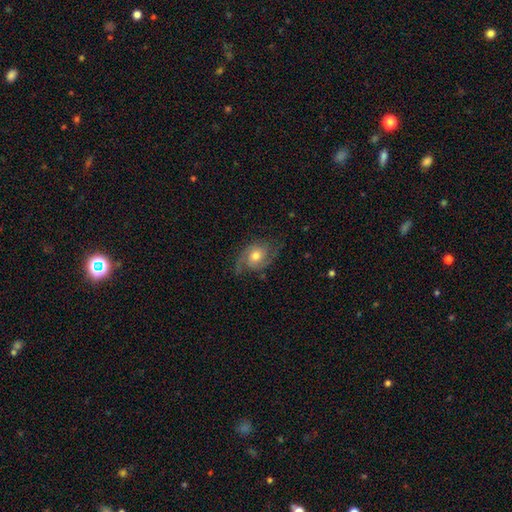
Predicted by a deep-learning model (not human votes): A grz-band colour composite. It shows a featured or disk galaxy (77%) with no bar (71%), 2 (83%) medium (47%) spiral arms (94%) and a moderate central bulge (68%). Merging: none (70%).